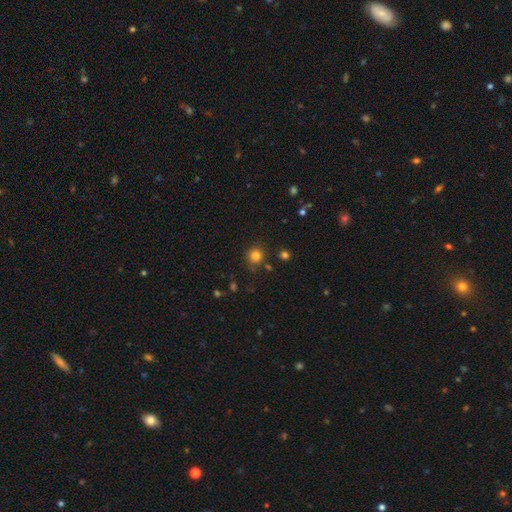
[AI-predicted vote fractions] This is clearly a smooth galaxy (81%). How rounded: clearly round (89%). Merging: clearly none (82%).